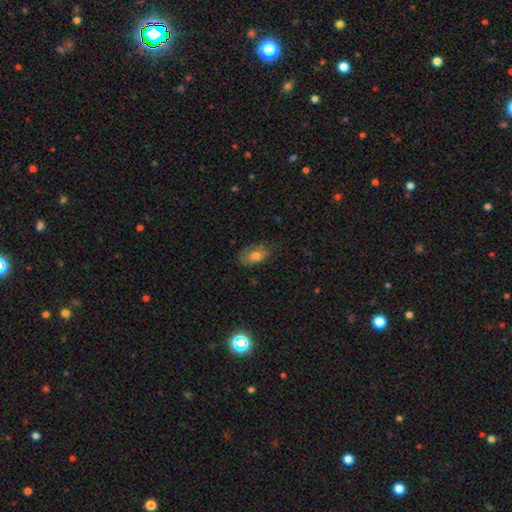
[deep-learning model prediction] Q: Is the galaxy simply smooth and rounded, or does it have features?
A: smooth — 74%.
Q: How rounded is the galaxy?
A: in between — 88%.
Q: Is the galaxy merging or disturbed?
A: none — 64%.